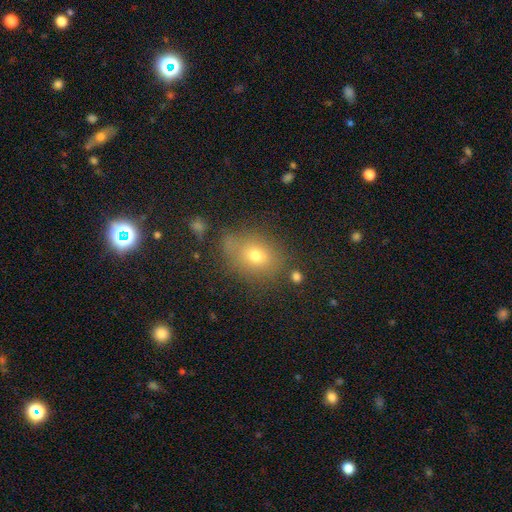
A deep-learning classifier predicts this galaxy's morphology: Smooth or featured: smooth — 69% (star or artifact — 15%)
How rounded: in between — 52% (round — 46%)
Merging: none — 69% (minor disturbance — 18%)